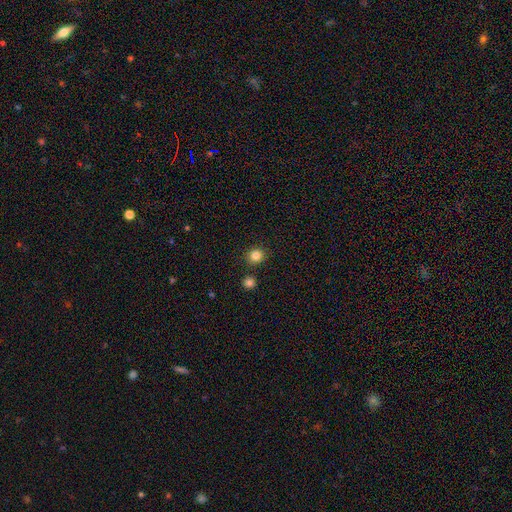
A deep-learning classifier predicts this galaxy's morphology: Smooth or featured?
  - smooth: 84% *
  - star or artifact: 12%
  - featured or disk: 4%
How rounded?
  - round: 84% *
  - in between: 15%
  - cigar-shaped: 1%
Merging?
  - none: 87% *
  - minor disturbance: 6%
  - merger: 5%
  - major disturbance: 2%